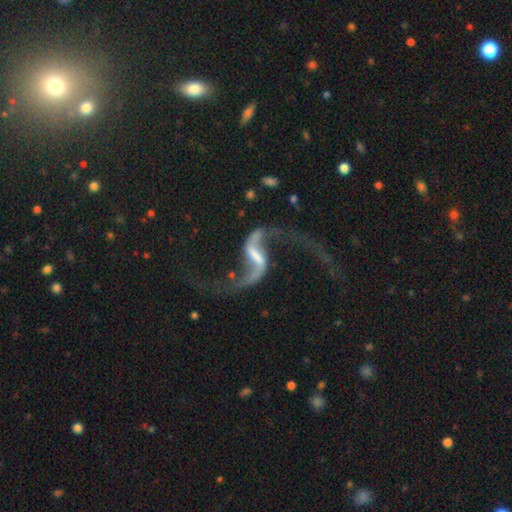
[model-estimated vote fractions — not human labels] Q: Smooth or featured?
A: featured or disk (91%); runner-up: star or artifact (5%)
Q: Edge-on disk?
A: no (96%); runner-up: yes (4%)
Q: Bar?
A: strong (51%); runner-up: weak (37%)
Q: Spiral arms?
A: yes (96%); runner-up: no (4%)
Q: Spiral winding?
A: loose (94%); runner-up: medium (4%)
Q: Spiral arm count?
A: 2 (94%); runner-up: 1 (2%)
Q: Bulge size?
A: none (44%); runner-up: small (29%)
Q: Merging?
A: none (61%); runner-up: major disturbance (21%)